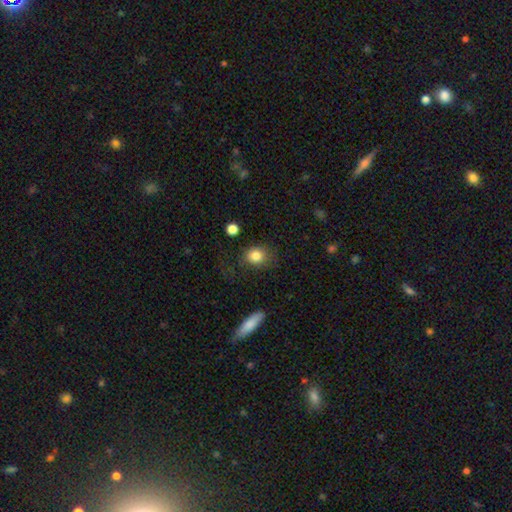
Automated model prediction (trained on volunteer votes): Smooth or featured? smooth (84%)
How rounded? round (65%)
Merging? none (72%)